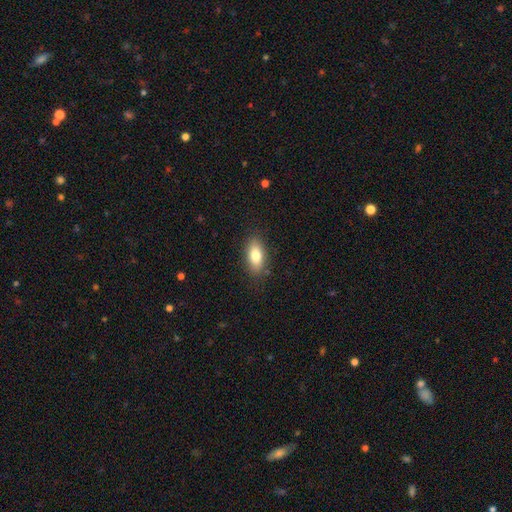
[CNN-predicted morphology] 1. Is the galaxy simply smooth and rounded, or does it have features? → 80% smooth, 12% featured or disk, 7% star or artifact.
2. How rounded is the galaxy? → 87% in between, 9% cigar-shaped, 4% round.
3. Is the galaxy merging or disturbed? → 85% none, 11% minor disturbance, 3% major disturbance, 1% merger.